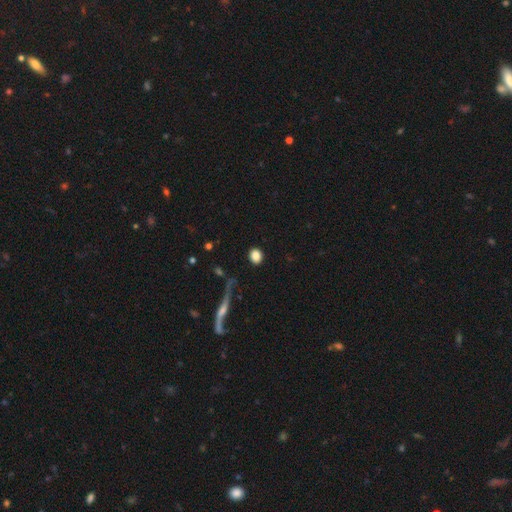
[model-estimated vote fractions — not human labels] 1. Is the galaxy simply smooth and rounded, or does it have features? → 85% smooth, 8% star or artifact, 7% featured or disk.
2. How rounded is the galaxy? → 62% round, 36% in between, 2% cigar-shaped.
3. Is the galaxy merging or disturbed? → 87% none, 7% minor disturbance, 3% major disturbance, 3% merger.